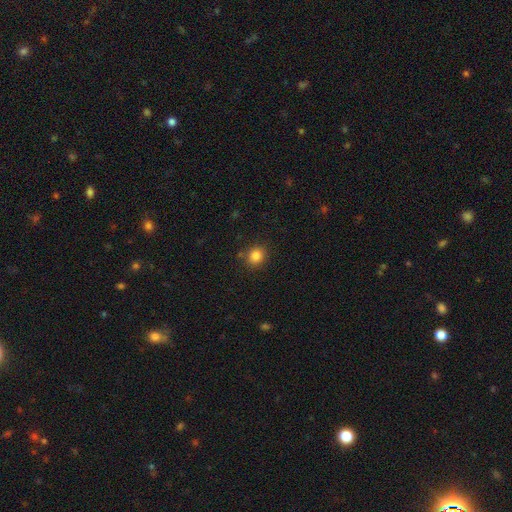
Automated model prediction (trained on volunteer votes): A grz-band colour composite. It shows a smooth galaxy with no disk features (84%) that is round (83%). Merging: none (85%).